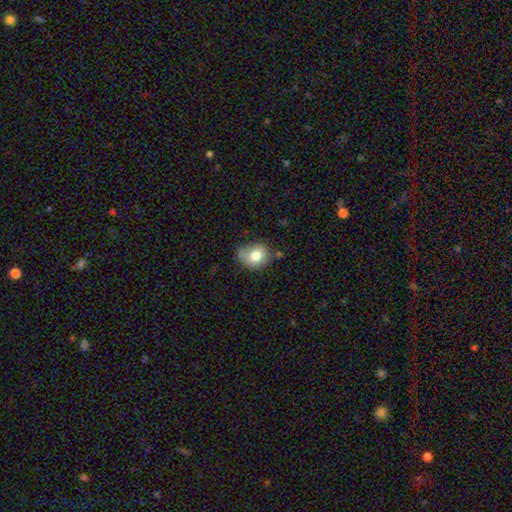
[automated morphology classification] This is likely a smooth galaxy (79%). How rounded: possibly round (57%). Merging: possibly none (48%).